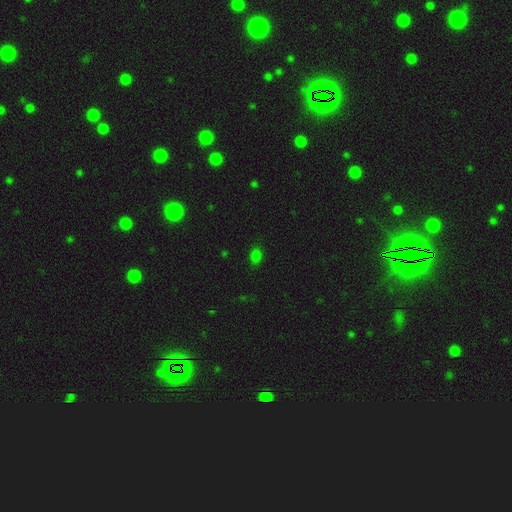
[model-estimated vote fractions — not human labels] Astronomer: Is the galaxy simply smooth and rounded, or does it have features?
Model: smooth — 76%.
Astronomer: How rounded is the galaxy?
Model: in between — 72%.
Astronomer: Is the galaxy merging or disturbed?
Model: none — 85%.